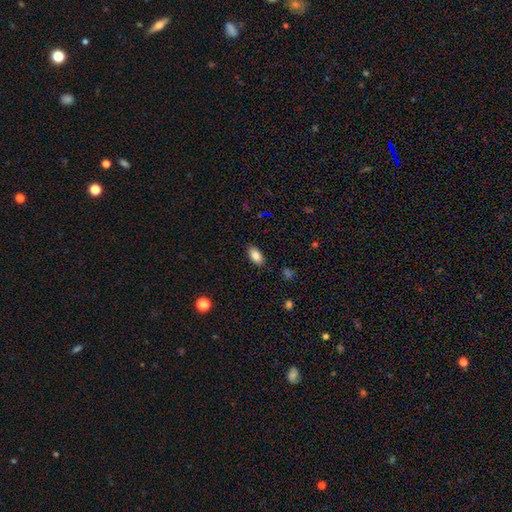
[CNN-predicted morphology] This appears to be a smooth galaxy with no disk features (84%) that is in between round and cigar-shaped (91%). Merging: none (87%).